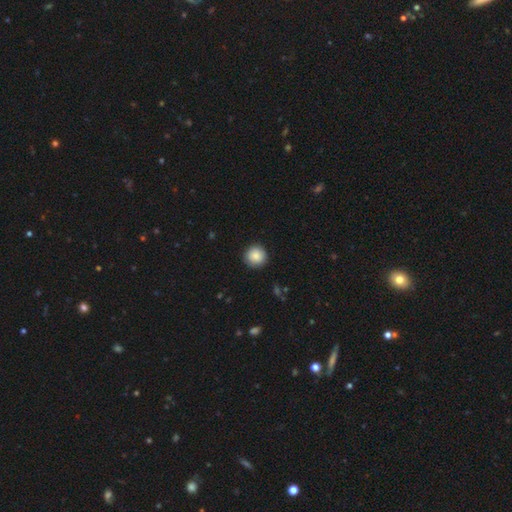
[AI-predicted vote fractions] The model was most divided on "smooth or featured": smooth: 87%, star or artifact: 8%, featured or disk: 5%. More confident: how rounded — round (95%); merging — none (90%).